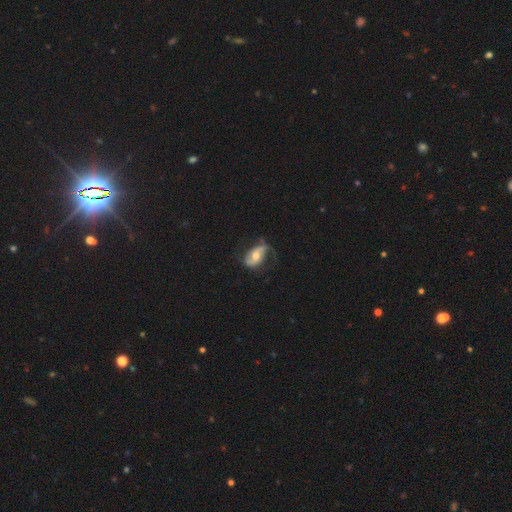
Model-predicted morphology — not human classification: featured or disk 60%, smooth 34%, star or artifact 7%. Down the decision tree: edge-on disk — no (93%); bar — no (56%); spiral arms — yes (76%); bulge size — moderate (69%); merging — none (47%).